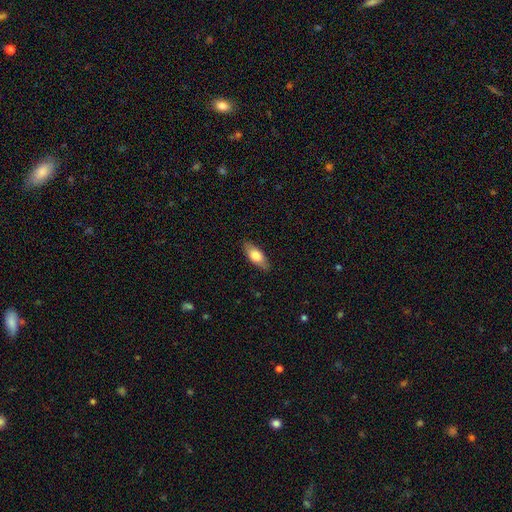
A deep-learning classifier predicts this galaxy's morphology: This appears to be a smooth galaxy with no disk features (72%) that is in between round and cigar-shaped (82%). Merging: none (85%).